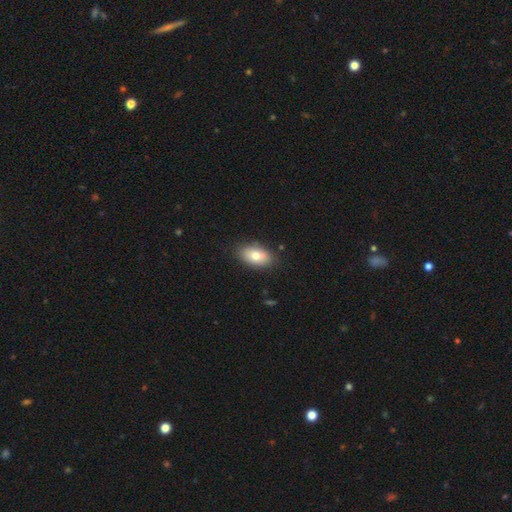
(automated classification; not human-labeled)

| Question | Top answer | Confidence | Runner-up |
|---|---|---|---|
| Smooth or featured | smooth | 78% | featured or disk (15%) |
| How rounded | in between | 92% | round (6%) |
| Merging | none | 83% | minor disturbance (12%) |